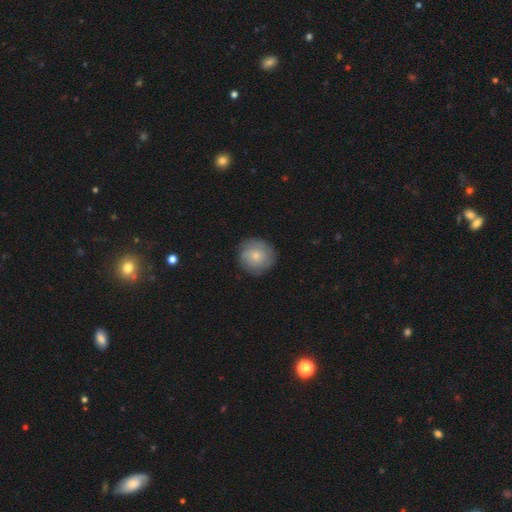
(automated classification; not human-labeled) Smooth or featured?
  - smooth: 67% *
  - featured or disk: 26%
  - star or artifact: 7%
How rounded?
  - round: 92% *
  - in between: 7%
  - cigar-shaped: 1%
Merging?
  - none: 84% *
  - minor disturbance: 12%
  - major disturbance: 3%
  - merger: 1%